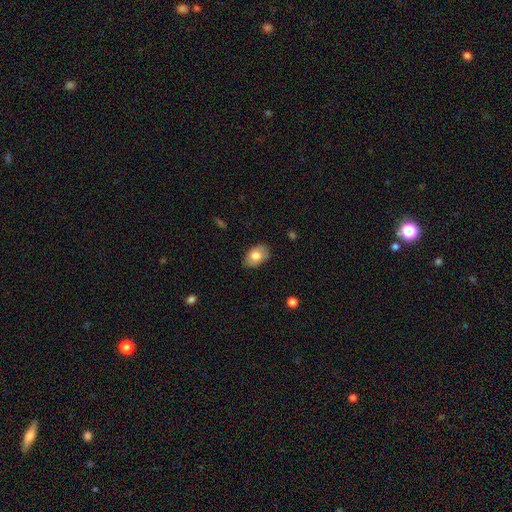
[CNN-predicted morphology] Q: Smooth or featured?
A: smooth (77%); runner-up: featured or disk (16%)
Q: How rounded?
A: in between (87%); runner-up: round (12%)
Q: Merging?
A: none (79%); runner-up: minor disturbance (17%)